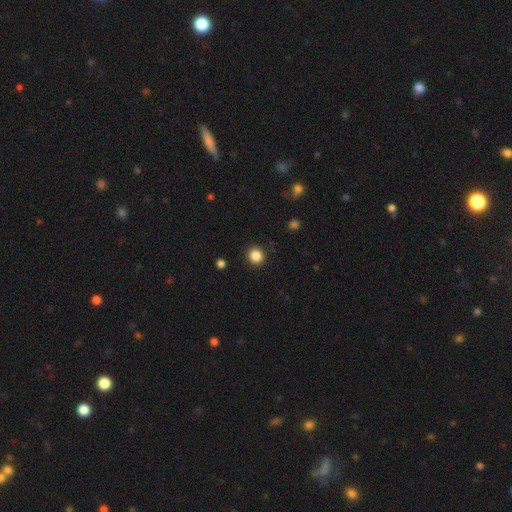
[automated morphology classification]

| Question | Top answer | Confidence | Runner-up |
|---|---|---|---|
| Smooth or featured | smooth | 86% | star or artifact (11%) |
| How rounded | round | 91% | in between (8%) |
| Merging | none | 91% | minor disturbance (5%) |